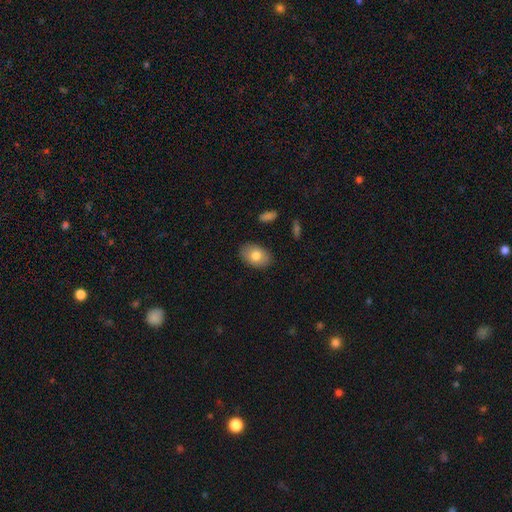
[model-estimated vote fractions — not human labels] A smooth galaxy with no disk features (77%) that is in between round and cigar-shaped (85%). Merging: none (86%).